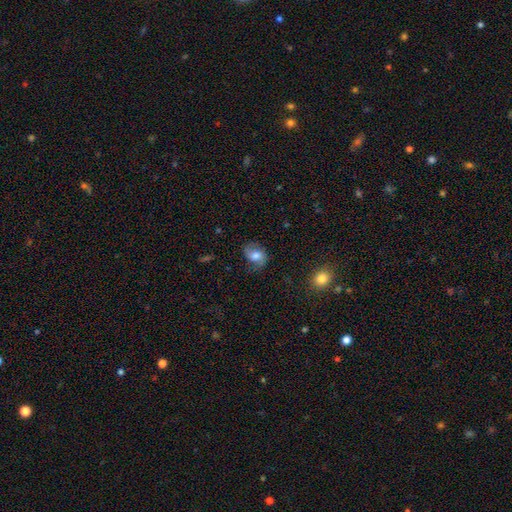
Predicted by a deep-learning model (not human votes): smooth-or-featured: smooth: 50% | featured or disk: 41% | star or artifact: 9%
  merging: none: 66% | minor disturbance: 22% | major disturbance: 10% | merger: 2%